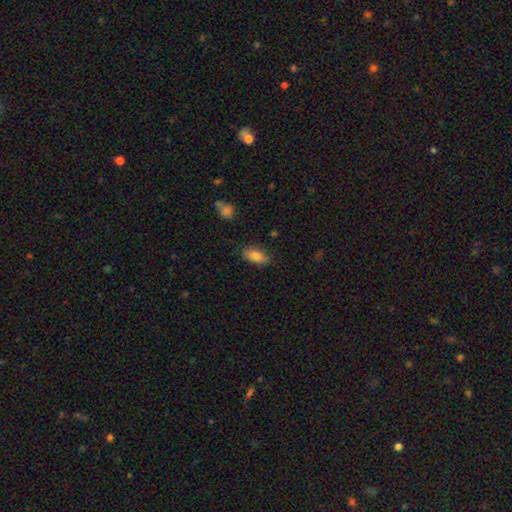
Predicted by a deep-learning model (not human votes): Overall: smooth (80%). How rounded: in between (86%). Merging: none (81%).